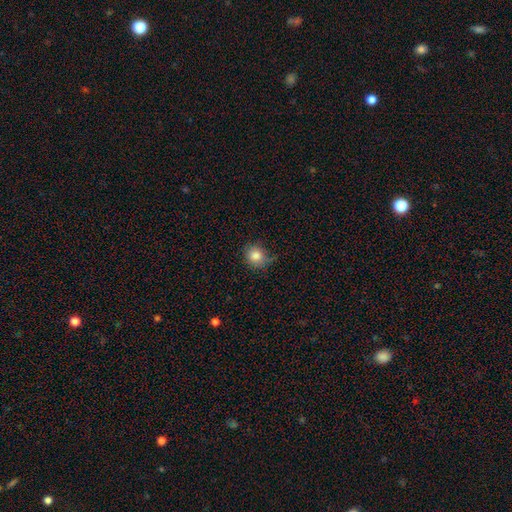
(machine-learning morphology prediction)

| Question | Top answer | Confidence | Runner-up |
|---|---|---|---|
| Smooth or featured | smooth | 84% | star or artifact (10%) |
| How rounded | round | 81% | in between (19%) |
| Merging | none | 64% | minor disturbance (26%) |